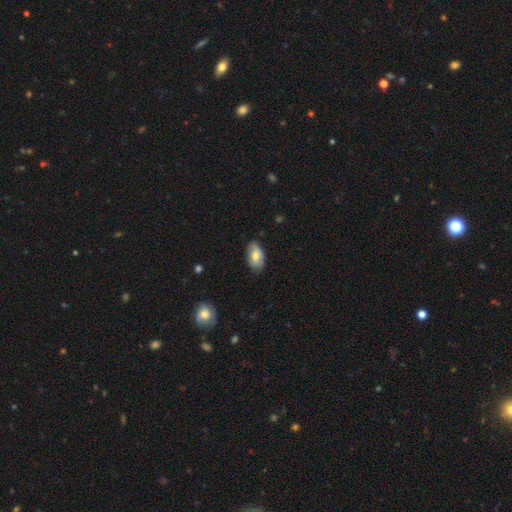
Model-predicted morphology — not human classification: smooth-or-featured: smooth: 68% | featured or disk: 25% | star or artifact: 7%
  how-rounded: in between: 93% | round: 5% | cigar-shaped: 2%
  merging: none: 73% | minor disturbance: 23% | major disturbance: 3% | merger: 1%